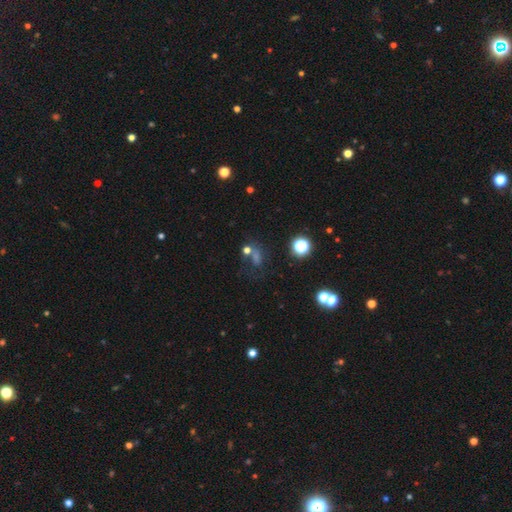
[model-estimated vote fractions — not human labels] Overall: star or artifact (43%; smooth 38%).